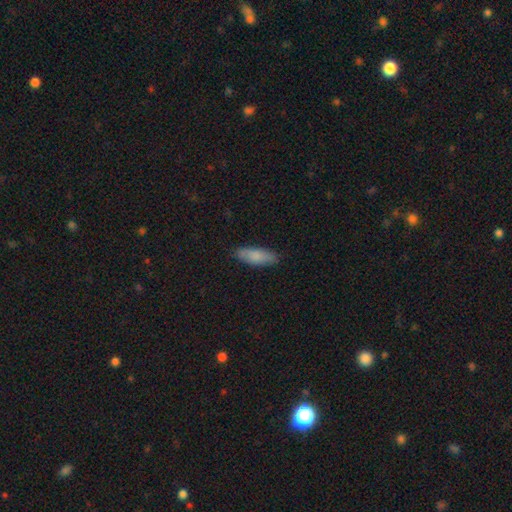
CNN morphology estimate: Overall: smooth (84%). How rounded: in between (60%; cigar-shaped 38%). Merging: none (87%).